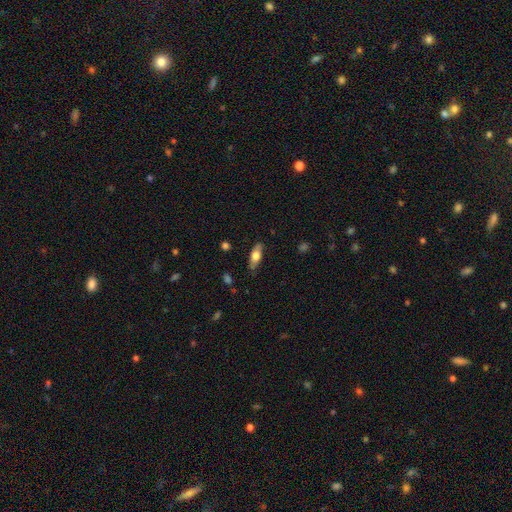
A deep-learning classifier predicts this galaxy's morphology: Smooth or featured: smooth — 63% (featured or disk — 30%)
How rounded: in between — 71% (cigar-shaped — 26%)
Merging: none — 77% (minor disturbance — 18%)